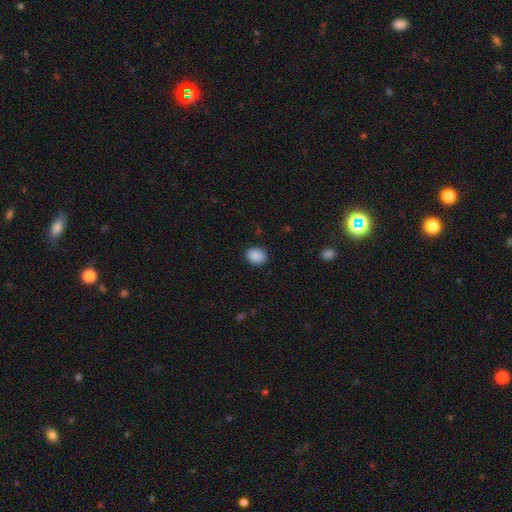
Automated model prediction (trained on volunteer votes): The model was most divided on "how rounded": round: 52%, in between: 47%, cigar-shaped: 1%. More confident: smooth or featured — smooth (89%); merging — none (88%).